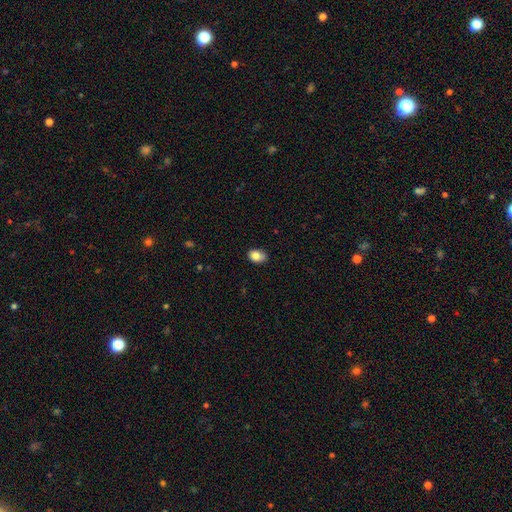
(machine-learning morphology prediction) A smooth galaxy with no disk features (83%) that is in between round and cigar-shaped (72%). Merging: none (70%).